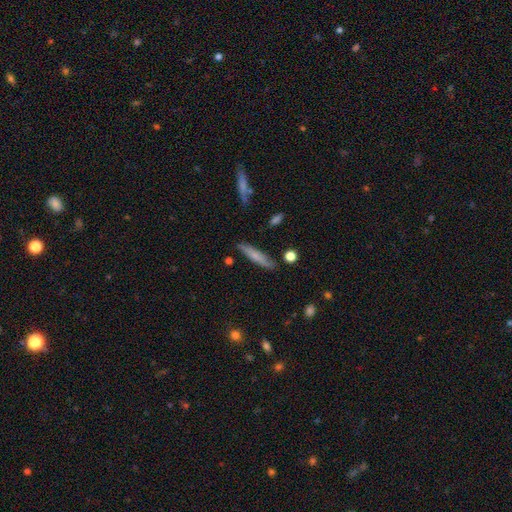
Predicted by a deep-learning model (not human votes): This appears to be a smooth galaxy with no disk features (68%) that is cigar-shaped (88%). Merging: none (83%).